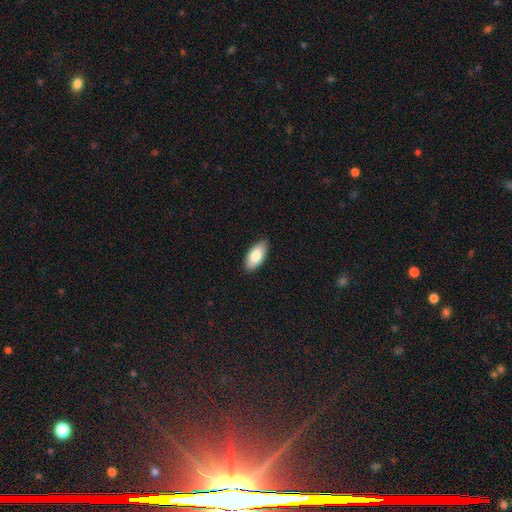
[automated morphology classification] This is clearly a smooth galaxy (82%). How rounded: clearly in between (93%). Merging: clearly none (88%).